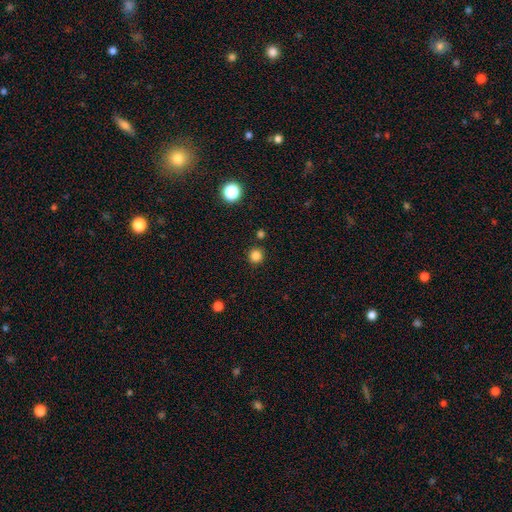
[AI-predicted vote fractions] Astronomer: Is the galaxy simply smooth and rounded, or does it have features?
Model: smooth — 83%.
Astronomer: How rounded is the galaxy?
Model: round — 95%.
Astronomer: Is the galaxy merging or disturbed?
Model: none — 89%.